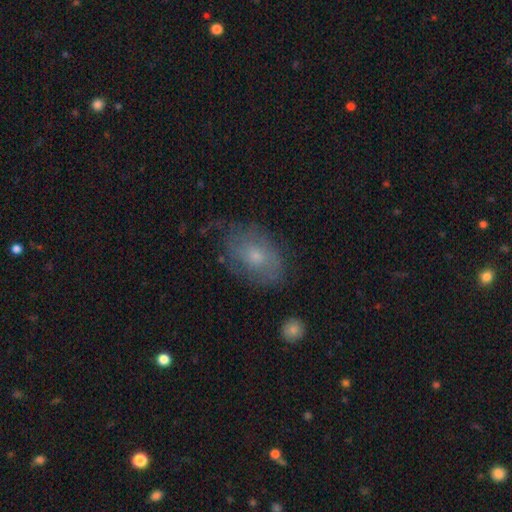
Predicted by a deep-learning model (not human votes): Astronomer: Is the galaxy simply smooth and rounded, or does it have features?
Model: smooth — 49% (runner-up: featured or disk, 41%).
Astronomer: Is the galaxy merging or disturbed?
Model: none — 63%.